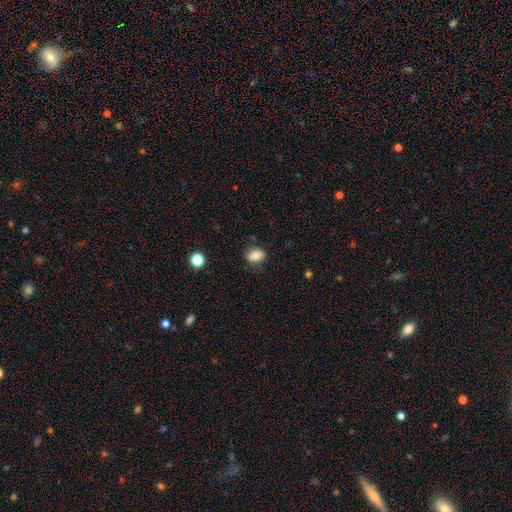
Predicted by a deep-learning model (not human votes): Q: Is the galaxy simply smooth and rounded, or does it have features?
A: smooth — 82%.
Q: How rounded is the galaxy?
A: in between — 59%.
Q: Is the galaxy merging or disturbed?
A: none — 76%.